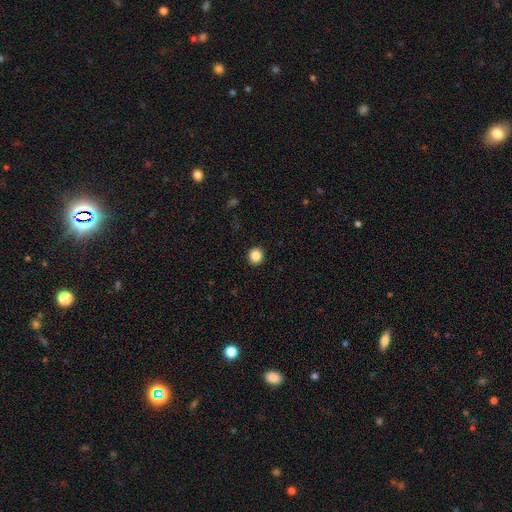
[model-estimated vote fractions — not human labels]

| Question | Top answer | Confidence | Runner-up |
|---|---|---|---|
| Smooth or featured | smooth | 85% | star or artifact (10%) |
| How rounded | round | 88% | in between (11%) |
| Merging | none | 93% | minor disturbance (5%) |